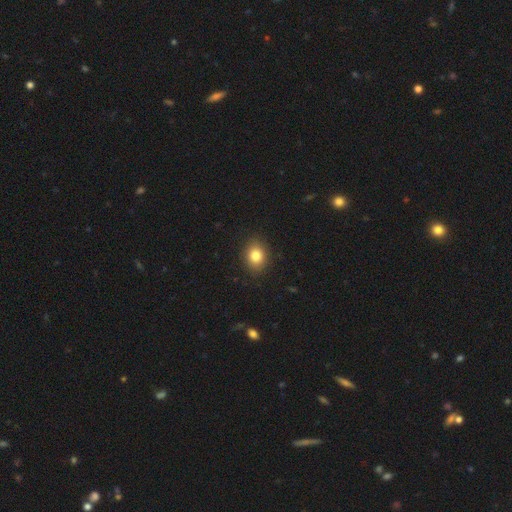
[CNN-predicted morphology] type=smooth (83%); roundness=in between (52%); merging=none (89%).